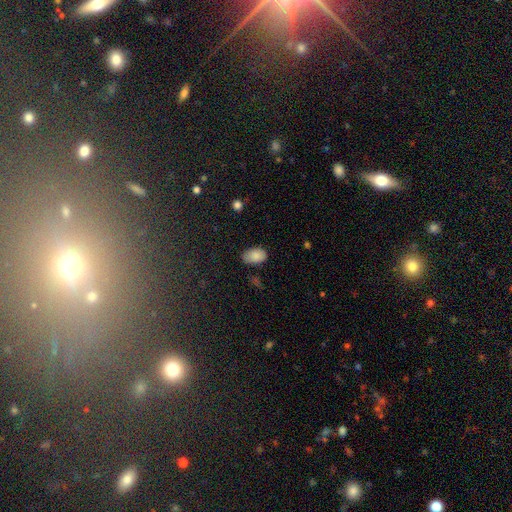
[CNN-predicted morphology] Overall: smooth (85%). How rounded: in between (93%). Merging: none (74%).